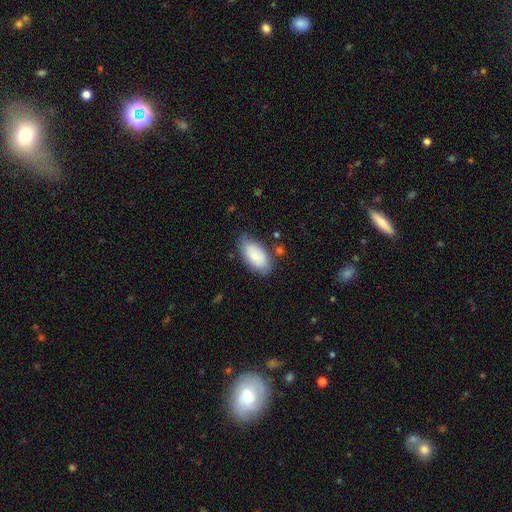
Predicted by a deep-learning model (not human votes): Smooth or featured? smooth (82%)
How rounded? in between (94%)
Merging? none (72%)